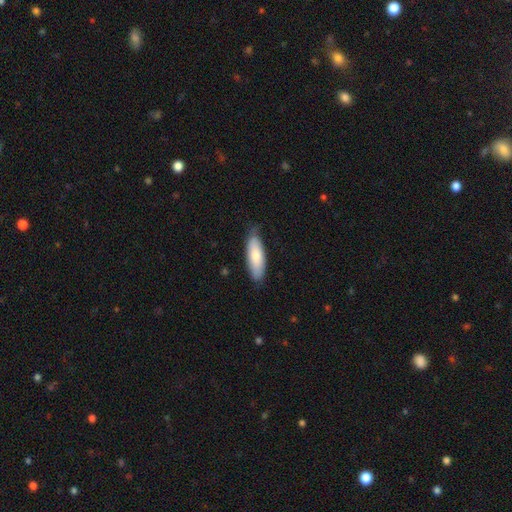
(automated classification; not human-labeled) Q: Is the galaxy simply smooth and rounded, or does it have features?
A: smooth — 78%.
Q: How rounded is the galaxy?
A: in between — 65%.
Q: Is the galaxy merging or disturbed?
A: none — 74%.